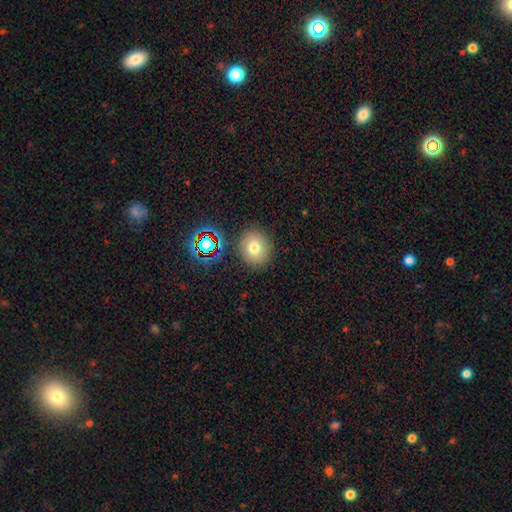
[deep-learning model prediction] Smooth or featured?
  - smooth: 55% *
  - star or artifact: 31%
  - featured or disk: 14%
How rounded?
  - round: 70% *
  - in between: 28%
  - cigar-shaped: 1%
Merging?
  - none: 82% *
  - minor disturbance: 9%
  - merger: 5%
  - major disturbance: 4%